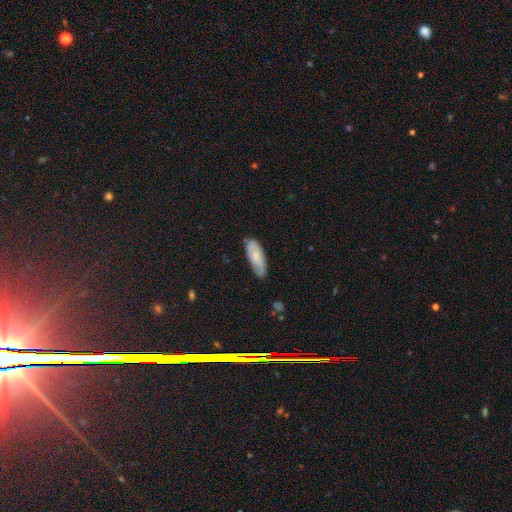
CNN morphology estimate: smooth-or-featured: smooth: 62% | featured or disk: 31% | star or artifact: 7%
  how-rounded: in between: 71% | cigar-shaped: 27% | round: 2%
  merging: none: 73% | minor disturbance: 22% | major disturbance: 4% | merger: 1%